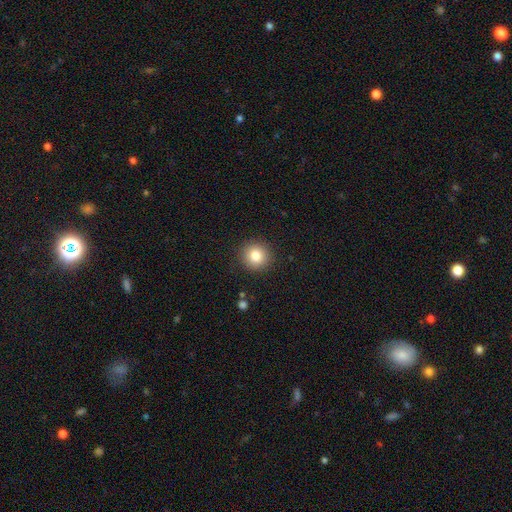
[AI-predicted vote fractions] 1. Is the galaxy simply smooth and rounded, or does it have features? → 82% smooth, 10% star or artifact, 7% featured or disk.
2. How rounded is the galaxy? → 93% round, 6% in between, 1% cigar-shaped.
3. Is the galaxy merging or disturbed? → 91% none, 6% minor disturbance, 2% major disturbance, 1% merger.